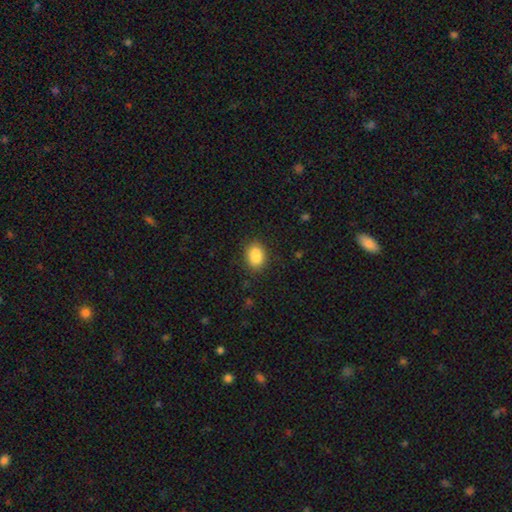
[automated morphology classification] Smooth or featured? smooth (87%)
How rounded? in between (77%)
Merging? none (79%)